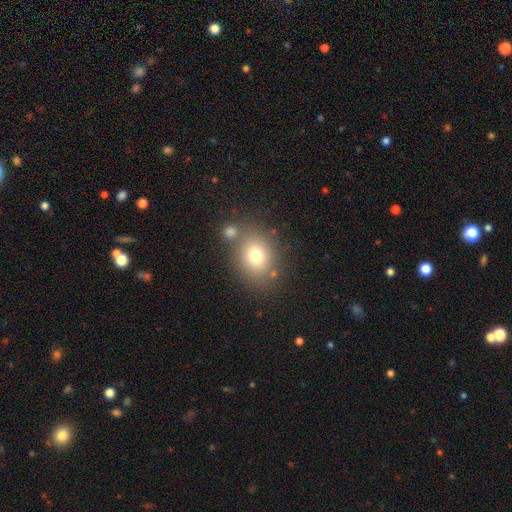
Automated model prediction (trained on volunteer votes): smooth 75%, featured or disk 13%, star or artifact 13%. Down the decision tree: how rounded — round (50%); merging — none (68%).